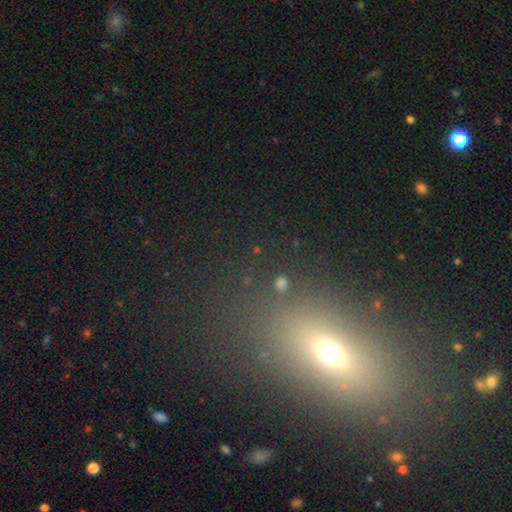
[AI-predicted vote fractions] The model was most divided on "smooth or featured": smooth: 48%, star or artifact: 35%, featured or disk: 17%. More confident: merging — none (77%).